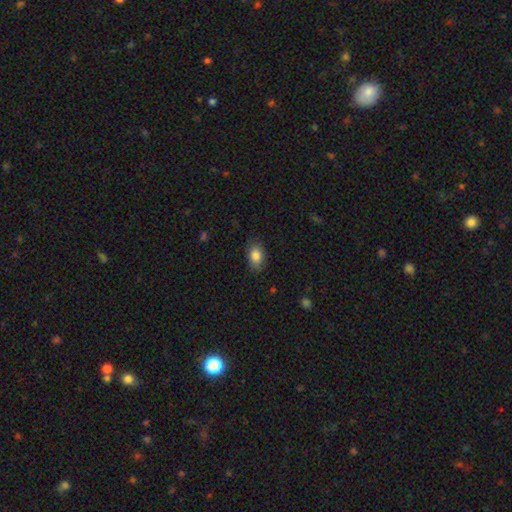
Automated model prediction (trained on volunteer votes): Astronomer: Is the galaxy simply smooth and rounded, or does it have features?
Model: smooth — 85%.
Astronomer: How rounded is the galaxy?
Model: in between — 86%.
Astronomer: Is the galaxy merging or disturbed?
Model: none — 82%.